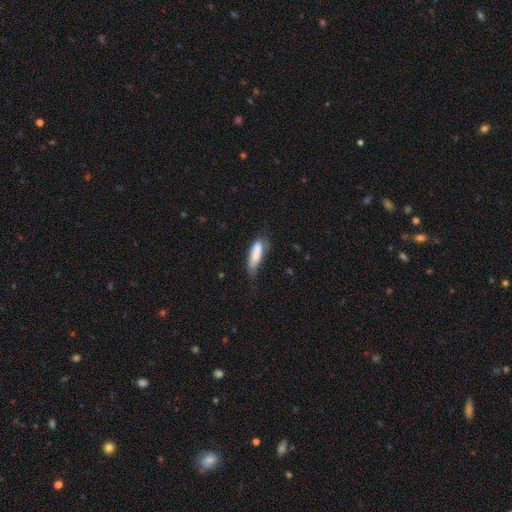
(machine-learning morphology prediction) Smooth or featured?
  - smooth: 82% *
  - featured or disk: 12%
  - star or artifact: 7%
How rounded?
  - cigar-shaped: 49% * (tied)
  - in between: 49% * (tied)
  - round: 2%
Merging?
  - none: 46% *
  - minor disturbance: 36%
  - major disturbance: 15%
  - merger: 3%